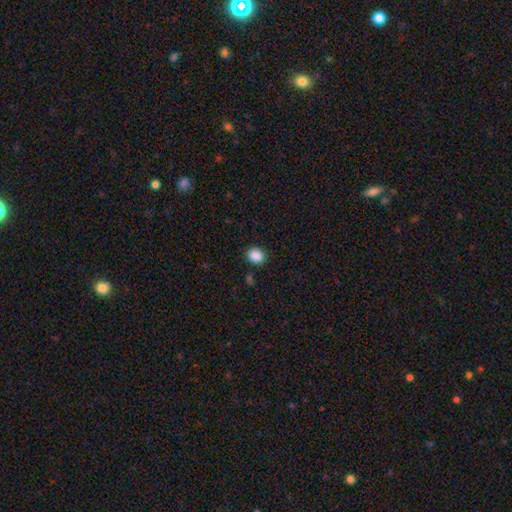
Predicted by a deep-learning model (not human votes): This appears to be a smooth galaxy with no disk features (88%) that is round (60%). Merging: none (87%).